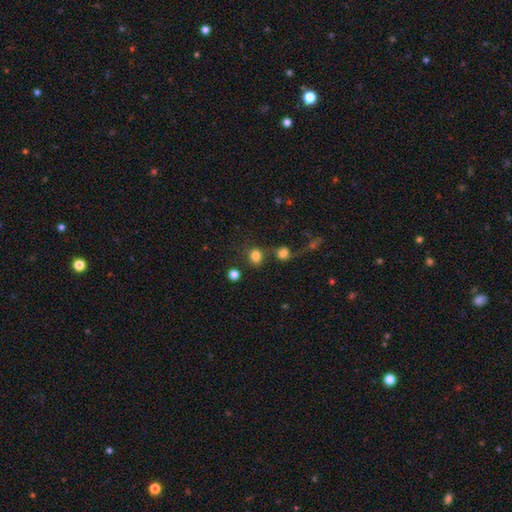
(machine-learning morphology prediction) This is clearly a smooth galaxy (80%). How rounded: likely round (64%). Merging: possibly none (60%).